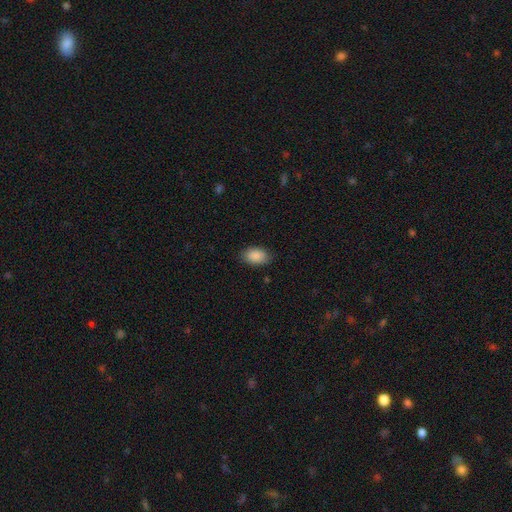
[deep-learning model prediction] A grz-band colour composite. It shows a smooth galaxy with no disk features (89%) that is in between round and cigar-shaped (89%). Merging: none (84%).